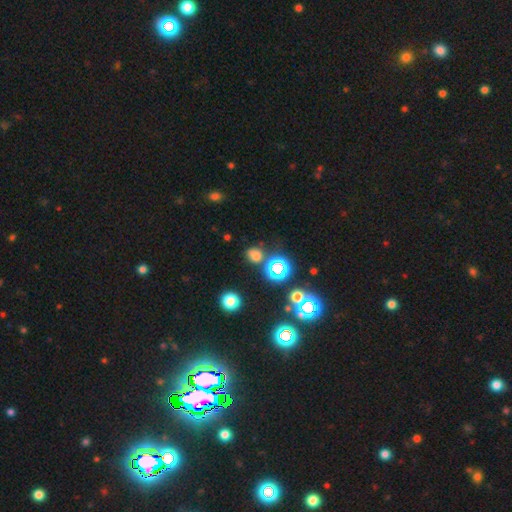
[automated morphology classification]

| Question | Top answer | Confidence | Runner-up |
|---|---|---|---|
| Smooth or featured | smooth | 57% | star or artifact (34%) |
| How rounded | round | 69% | in between (30%) |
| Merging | none | 71% | minor disturbance (15%) |